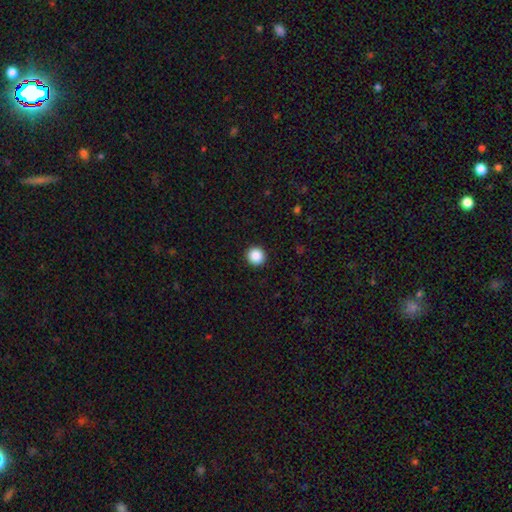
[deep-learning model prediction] Smooth or featured: smooth — 88% (star or artifact — 9%)
How rounded: round — 95% (in between — 4%)
Merging: none — 93% (minor disturbance — 4%)